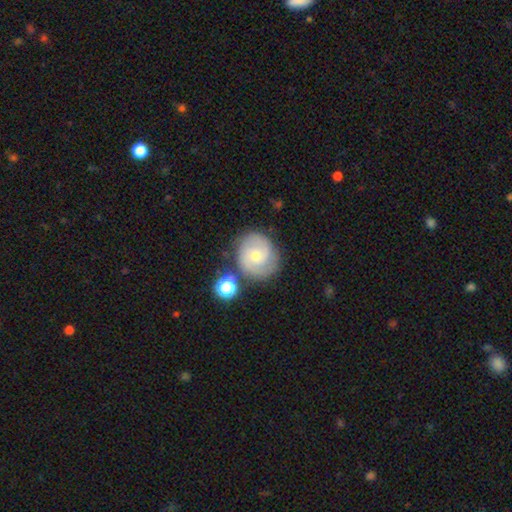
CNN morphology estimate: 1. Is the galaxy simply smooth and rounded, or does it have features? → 67% featured or disk, 25% smooth, 8% star or artifact.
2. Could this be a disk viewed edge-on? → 98% no, 2% yes.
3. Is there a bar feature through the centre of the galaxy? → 68% no, 28% weak, 4% strong.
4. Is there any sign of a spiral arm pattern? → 90% yes, 10% no.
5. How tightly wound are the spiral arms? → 50% tight, 39% medium, 11% loose.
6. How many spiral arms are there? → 63% 2, 18% can't tell, 11% 3, 4% 1, 3% 4, 2% more than 4.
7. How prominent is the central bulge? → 54% small, 42% moderate, 2% large, 1% none, 1% dominant.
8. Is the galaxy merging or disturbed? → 69% none, 17% minor disturbance, 8% merger, 6% major disturbance.